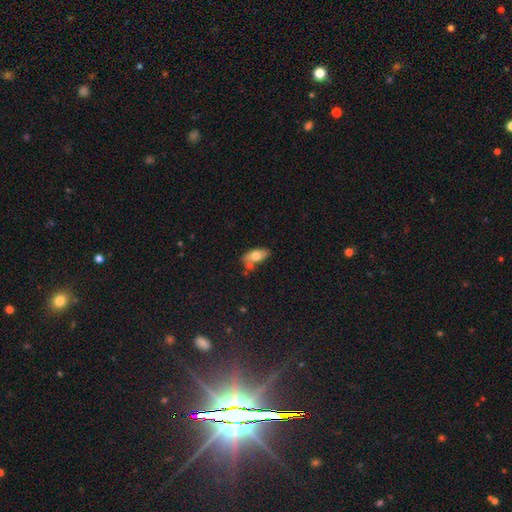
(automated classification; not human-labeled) Smooth or featured? smooth (72%)
How rounded? in between (88%)
Merging? none (60%)